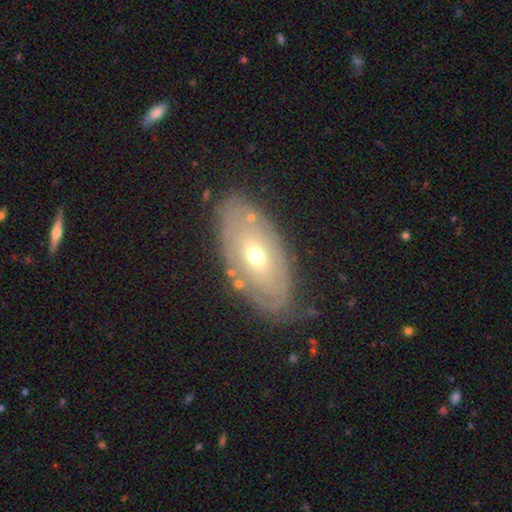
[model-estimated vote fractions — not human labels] Smooth or featured?
  - featured or disk: 60% *
  - smooth: 33%
  - star or artifact: 7%
Edge-on disk?
  - no: 87% *
  - yes: 13%
Bar?
  - no: 81% *
  - weak: 15%
  - strong: 4%
Spiral arms?
  - no: 59% *
  - yes: 41%
Bulge size?
  - moderate: 56% *
  - small: 40%
  - large: 3%
  - dominant: 1%
  - none: 1%
Merging?
  - none: 74% *
  - minor disturbance: 16%
  - major disturbance: 6%
  - merger: 3%